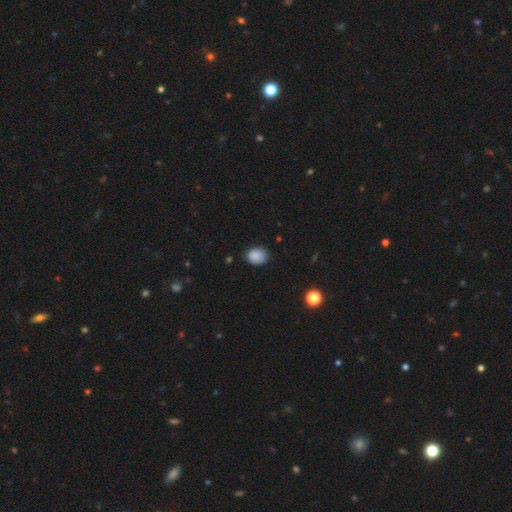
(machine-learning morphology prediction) Smooth or featured? Predicted: smooth (p=0.87). How rounded? Predicted: round (p=0.57). Merging? Predicted: none (p=0.78).